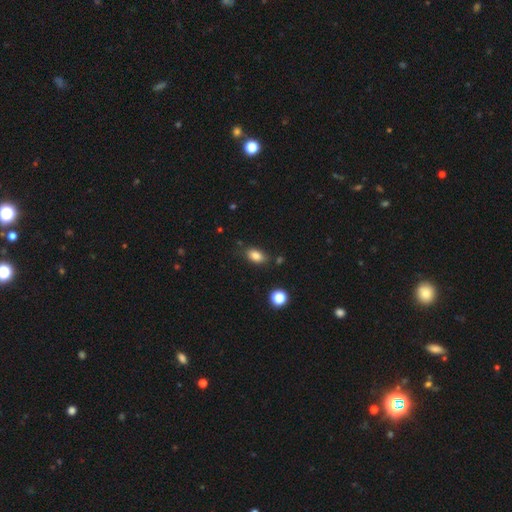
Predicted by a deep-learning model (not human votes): Morphology: type=smooth (83%); roundness=in between (87%); merging=none (80%).